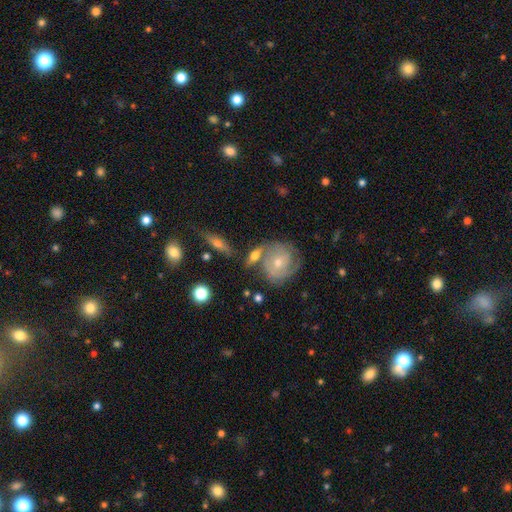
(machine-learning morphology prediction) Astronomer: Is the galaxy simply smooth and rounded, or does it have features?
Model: featured or disk — 66%.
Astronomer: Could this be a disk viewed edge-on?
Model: no — 85%.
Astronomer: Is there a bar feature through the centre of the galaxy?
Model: no — 75%.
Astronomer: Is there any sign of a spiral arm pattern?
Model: yes — 80%.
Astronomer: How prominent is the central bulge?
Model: small — 54% (runner-up: moderate, 40%).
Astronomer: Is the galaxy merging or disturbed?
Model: none — 59%.